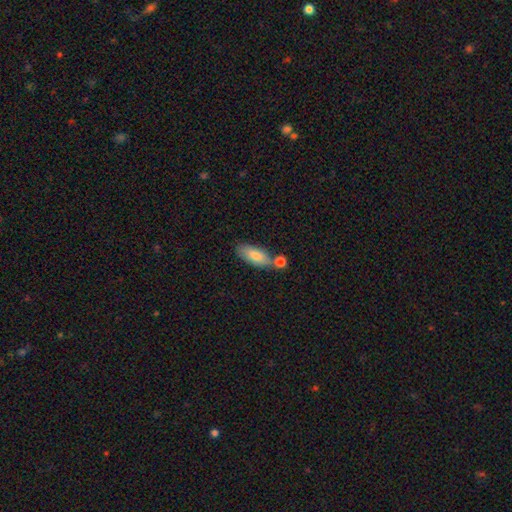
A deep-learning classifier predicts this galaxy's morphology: smooth-or-featured: smooth: 76% | featured or disk: 17% | star or artifact: 7%
  how-rounded: in between: 80% | cigar-shaped: 17% | round: 3%
  merging: none: 65% | merger: 17% | minor disturbance: 14% | major disturbance: 3%